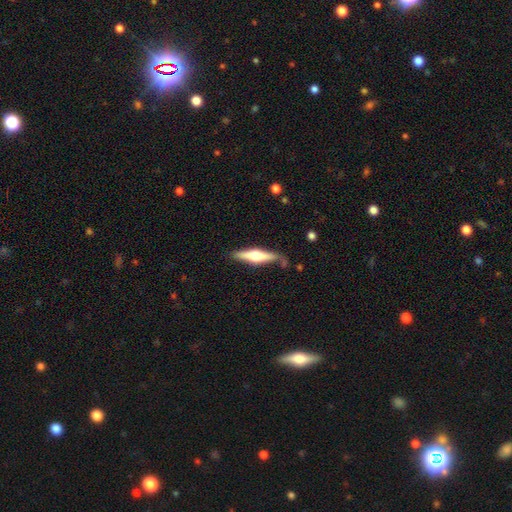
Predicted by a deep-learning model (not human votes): smooth-or-featured: featured or disk: 60% | smooth: 35% | star or artifact: 5%
  disk-edge-on: yes: 95% | no: 5%
    edge-on-bulge: rounded: 92% | boxy: 5% | none: 3%
  merging: none: 77% | minor disturbance: 16% | merger: 4% | major disturbance: 4%